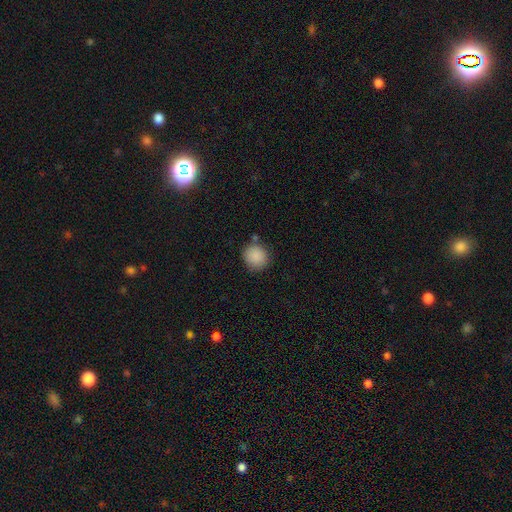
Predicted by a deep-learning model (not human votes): Morphology: type=smooth (88%); roundness=round (88%); merging=none (78%).